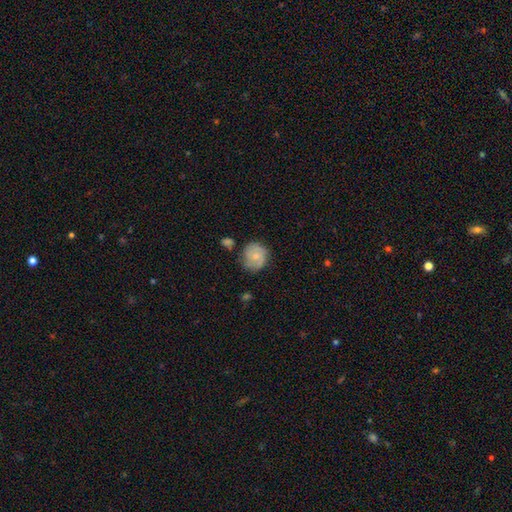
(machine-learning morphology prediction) smooth-or-featured: smooth: 54% | featured or disk: 38% | star or artifact: 7%
  how-rounded: round: 83% | in between: 16% | cigar-shaped: 1%
  merging: none: 65% | minor disturbance: 24% | major disturbance: 7% | merger: 4%